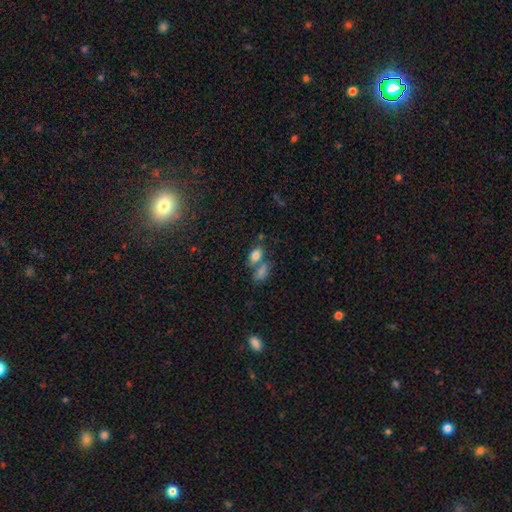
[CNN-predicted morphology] A smooth galaxy with no disk features (80%) that is in between round and cigar-shaped (87%).

Vote fractions:
- Smooth or featured? smooth: 80% / star or artifact: 10% / featured or disk: 10%
- How rounded? in between: 87% / round: 10% / cigar-shaped: 3%
- Merging? merger: 47% / none: 38% / minor disturbance: 10% / major disturbance: 5%